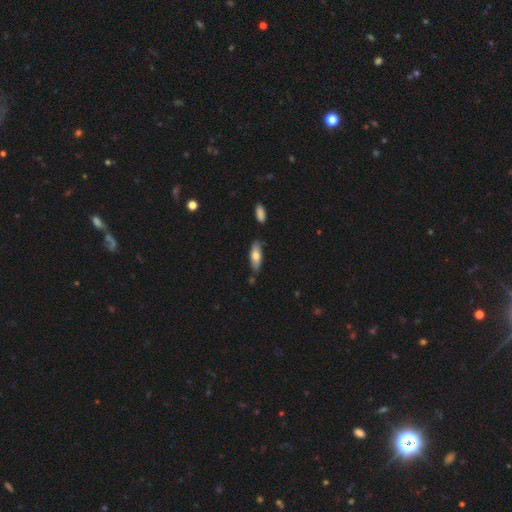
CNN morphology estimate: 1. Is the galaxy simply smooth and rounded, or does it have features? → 71% smooth, 23% featured or disk, 6% star or artifact.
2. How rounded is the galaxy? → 63% in between, 35% cigar-shaped, 2% round.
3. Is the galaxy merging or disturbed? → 73% none, 19% minor disturbance, 5% merger, 3% major disturbance.